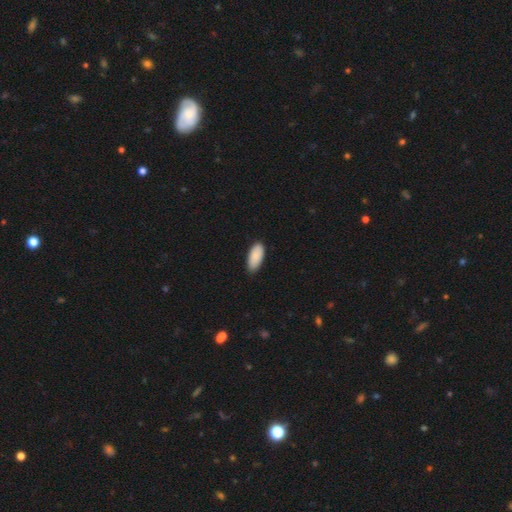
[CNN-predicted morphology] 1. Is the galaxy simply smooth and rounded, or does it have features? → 90% smooth, 6% star or artifact, 5% featured or disk.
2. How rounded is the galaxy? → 90% in between, 9% cigar-shaped, 2% round.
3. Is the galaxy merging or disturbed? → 84% none, 13% minor disturbance, 2% major disturbance, 1% merger.